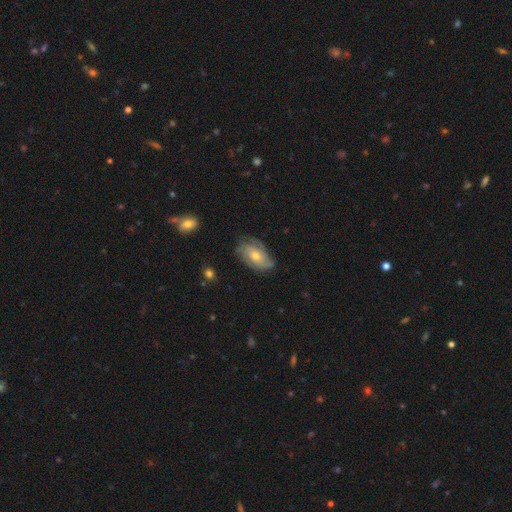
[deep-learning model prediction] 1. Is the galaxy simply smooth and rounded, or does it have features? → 64% featured or disk, 27% smooth, 9% star or artifact.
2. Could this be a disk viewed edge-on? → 94% no, 6% yes.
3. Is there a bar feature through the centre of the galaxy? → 73% no, 22% weak, 4% strong.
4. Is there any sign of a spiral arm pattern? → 86% yes, 14% no.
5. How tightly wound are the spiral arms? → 50% tight, 35% medium, 16% loose.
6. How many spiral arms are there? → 41% can't tell, 21% 3, 19% 2, 10% 4, 5% 1, 4% more than 4.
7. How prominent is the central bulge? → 59% moderate, 36% small, 3% large, 1% none, 1% dominant.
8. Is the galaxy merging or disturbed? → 69% none, 23% minor disturbance, 7% major disturbance, 1% merger.